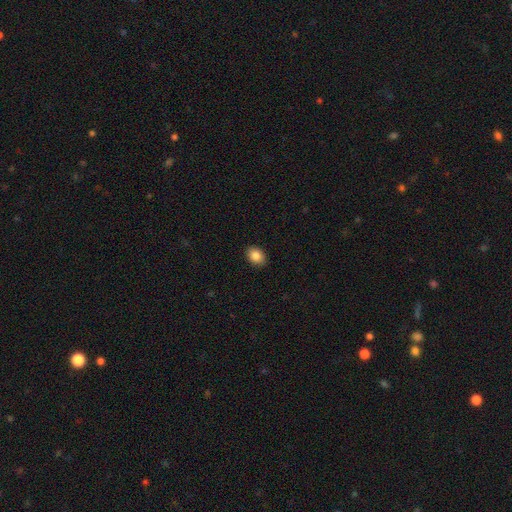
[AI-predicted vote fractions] A smooth galaxy with no disk features (86%) that is in between round and cigar-shaped (67%).

Vote fractions:
- Smooth or featured? smooth: 86% / star or artifact: 9% / featured or disk: 6%
- How rounded? in between: 67% / round: 32% / cigar-shaped: 1%
- Merging? none: 90% / minor disturbance: 7% / major disturbance: 2% / merger: 1%